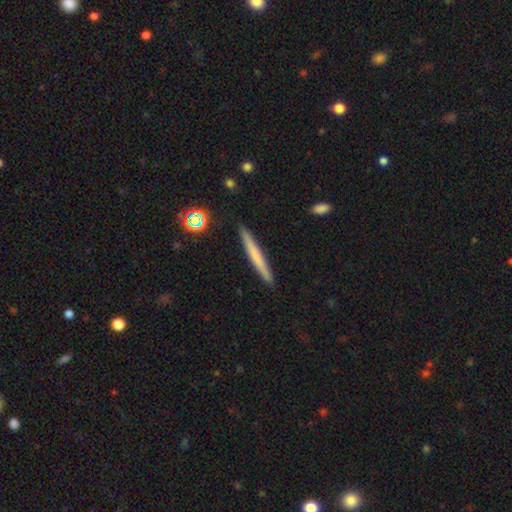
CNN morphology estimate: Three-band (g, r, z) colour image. It shows a smooth galaxy with no disk features (59%) that is cigar-shaped (96%). Merging: none (91%).